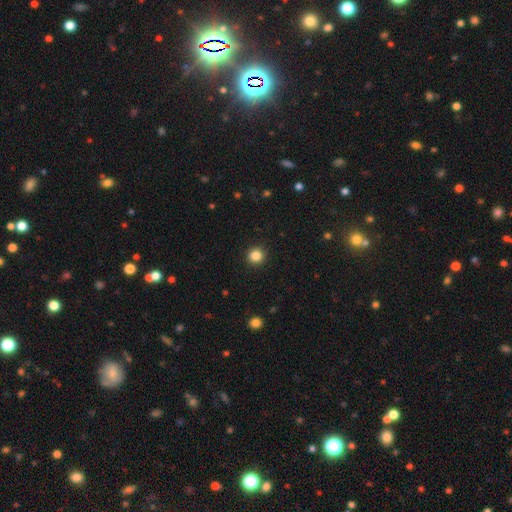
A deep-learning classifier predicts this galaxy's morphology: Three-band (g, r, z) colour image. It shows a smooth galaxy with no disk features (85%) that is round (94%). Merging: none (92%).